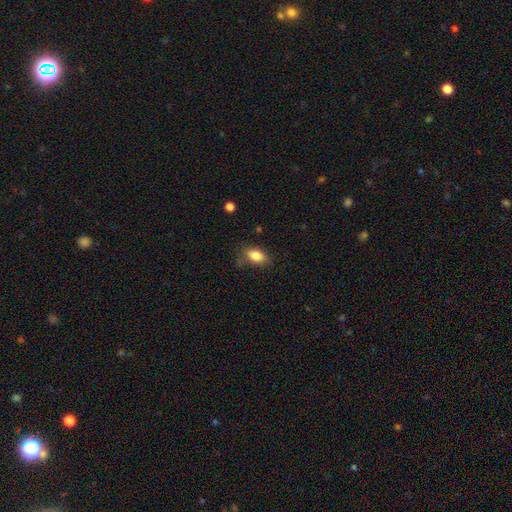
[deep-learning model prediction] Smooth or featured: smooth — 84% (star or artifact — 8%)
How rounded: in between — 87% (round — 11%)
Merging: none — 69% (minor disturbance — 22%)